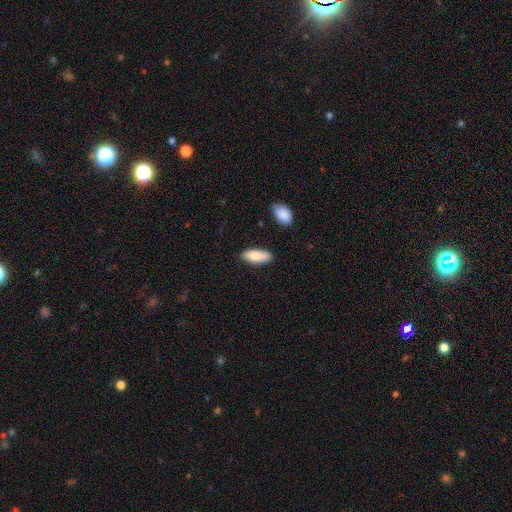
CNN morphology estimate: This is clearly a smooth galaxy (86%). How rounded: likely in between (80%). Merging: clearly none (80%).